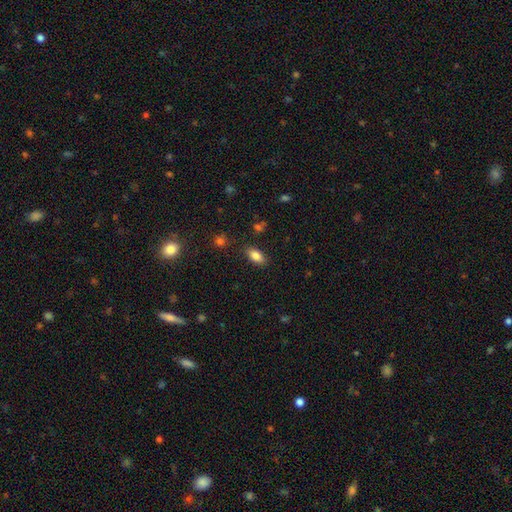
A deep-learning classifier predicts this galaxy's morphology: A smooth galaxy with no disk features (83%) that is in between round and cigar-shaped (90%). Merging: none (85%).